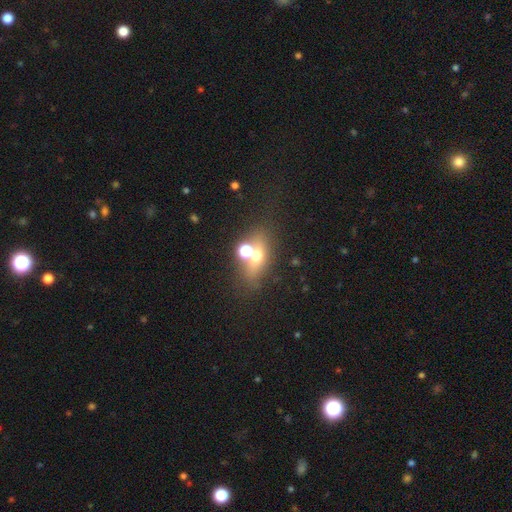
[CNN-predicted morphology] This appears to be a smooth galaxy with no disk features (51%) that is in between round and cigar-shaped (51%). Merging: none (56%).